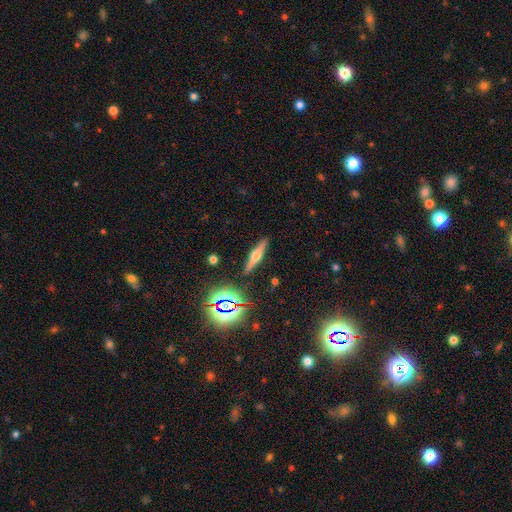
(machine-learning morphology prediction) type=featured or disk (60%); edge-on=yes (96%); edge-on bulge=rounded (90%); merging=none (89%).